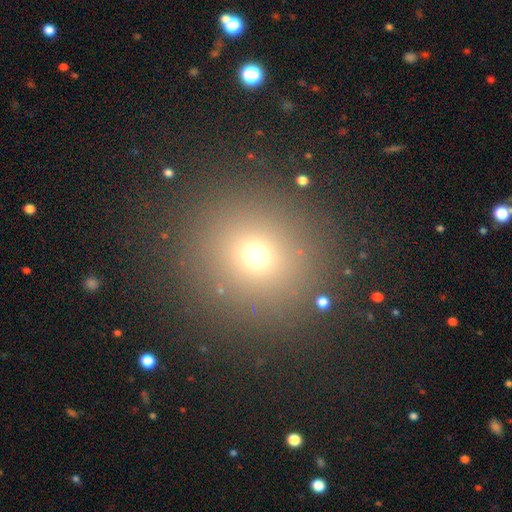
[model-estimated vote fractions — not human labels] smooth_or_featured: smooth (p=0.67) [alt: star or artifact p=0.25]
how_rounded: round (p=0.92) [alt: in between p=0.07]
merging: none (p=0.89) [alt: minor disturbance p=0.06]